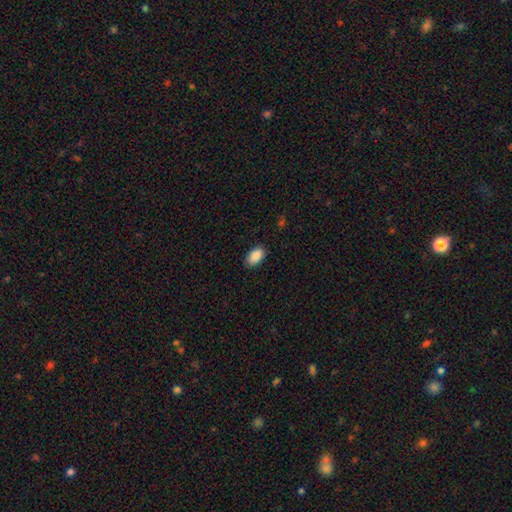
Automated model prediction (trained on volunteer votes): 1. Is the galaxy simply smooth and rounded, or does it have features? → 89% smooth, 7% star or artifact, 4% featured or disk.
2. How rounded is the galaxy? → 94% in between, 5% round, 2% cigar-shaped.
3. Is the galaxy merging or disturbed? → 86% none, 11% minor disturbance, 2% major disturbance, 1% merger.